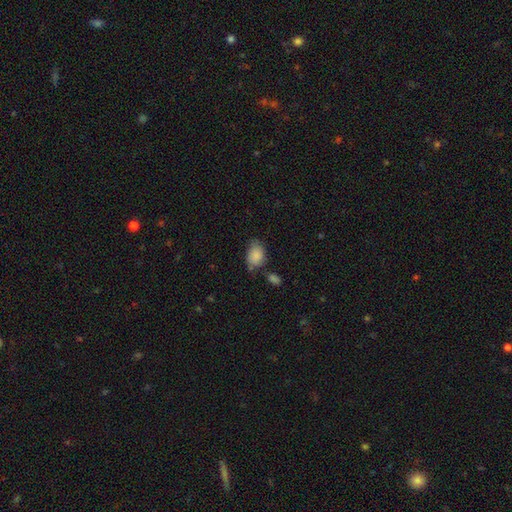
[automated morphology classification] Smooth or featured? Predicted: smooth (p=0.86). How rounded? Predicted: in between (p=0.74). Merging? Predicted: none (p=0.57).